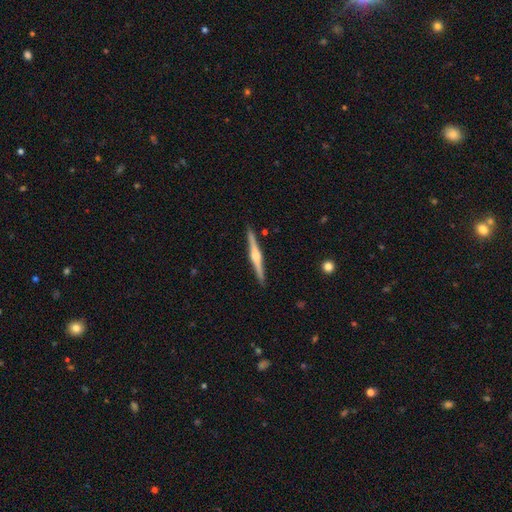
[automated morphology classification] smooth-or-featured: featured or disk: 80% | smooth: 15% | star or artifact: 5%
  disk-edge-on: yes: 99% | no: 1%
    edge-on-bulge: rounded: 88% | boxy: 8% | none: 4%
  merging: none: 92% | minor disturbance: 6% | major disturbance: 1% | merger: 1%